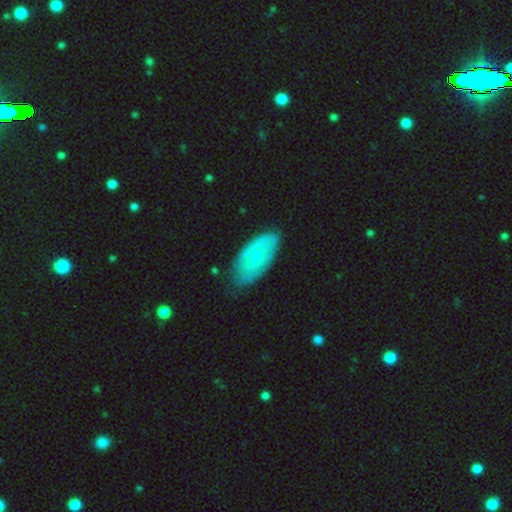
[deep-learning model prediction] This is possibly a featured or disk galaxy (50%). Merging: likely none (71%).